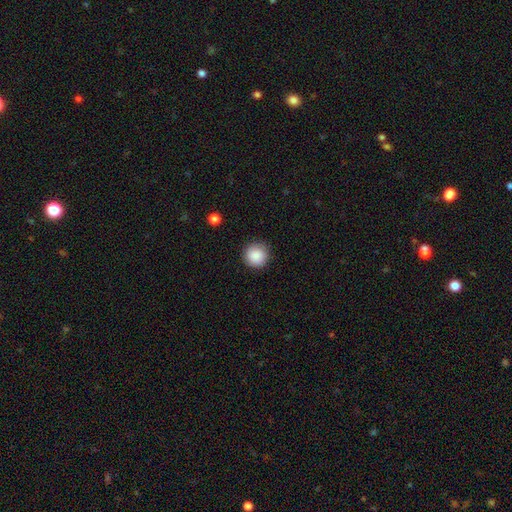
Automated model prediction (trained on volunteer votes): The model was most divided on "smooth or featured": smooth: 88%, star or artifact: 8%, featured or disk: 4%. More confident: how rounded — round (95%); merging — none (89%).